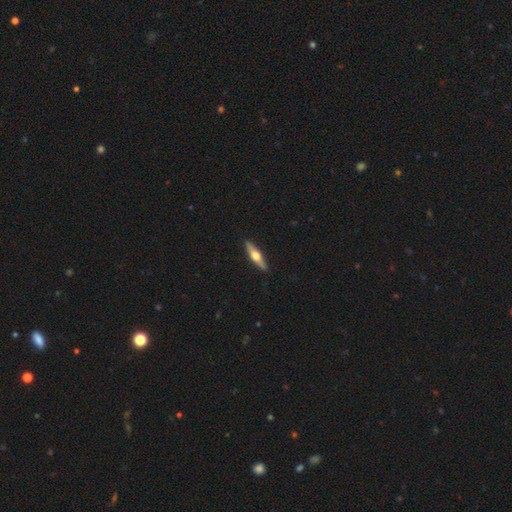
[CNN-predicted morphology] This appears to be a featured or disk galaxy (58%) viewed edge-on (95%) with a rounded central bulge (95%). Merging: none (91%).